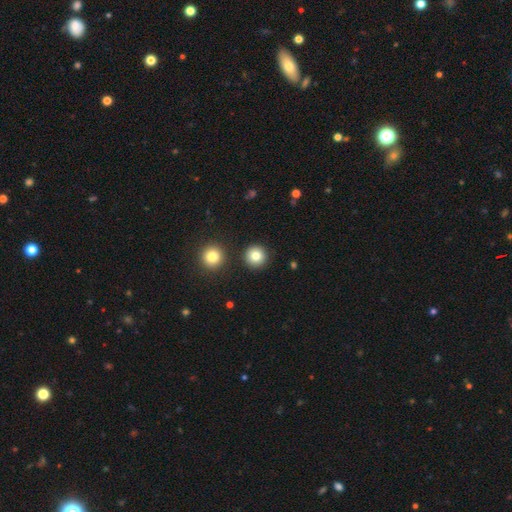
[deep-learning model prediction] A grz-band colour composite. It shows a smooth galaxy with no disk features (80%) that is round (96%). Merging: none (89%).